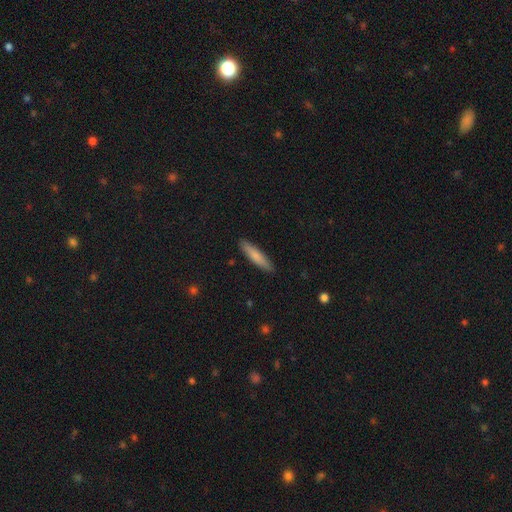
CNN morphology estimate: smooth-or-featured: smooth: 78% | featured or disk: 17% | star or artifact: 6%
  how-rounded: cigar-shaped: 85% | in between: 14% | round: 1%
  merging: none: 90% | minor disturbance: 8% | major disturbance: 2% | merger: 1%